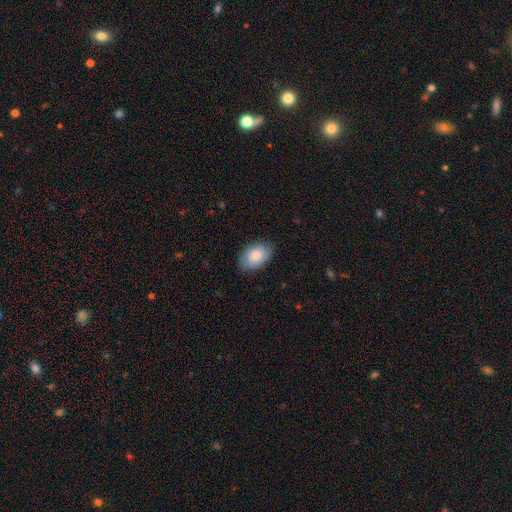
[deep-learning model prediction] The model was most divided on "smooth or featured": smooth: 79%, featured or disk: 15%, star or artifact: 6%. More confident: how rounded — in between (88%); merging — none (81%).